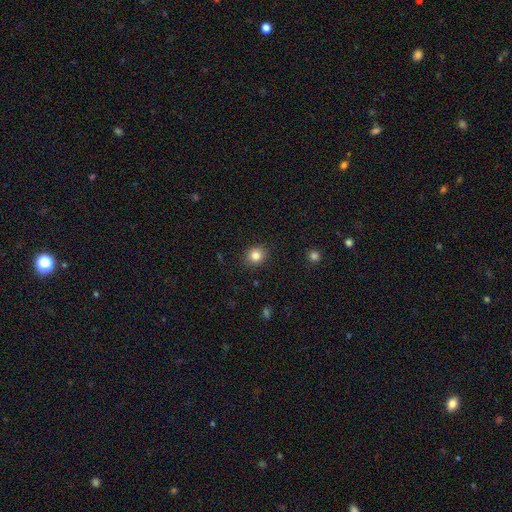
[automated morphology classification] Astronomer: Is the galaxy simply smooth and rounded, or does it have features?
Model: smooth — 83%.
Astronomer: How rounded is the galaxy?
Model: round — 79%.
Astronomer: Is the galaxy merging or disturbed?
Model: none — 90%.